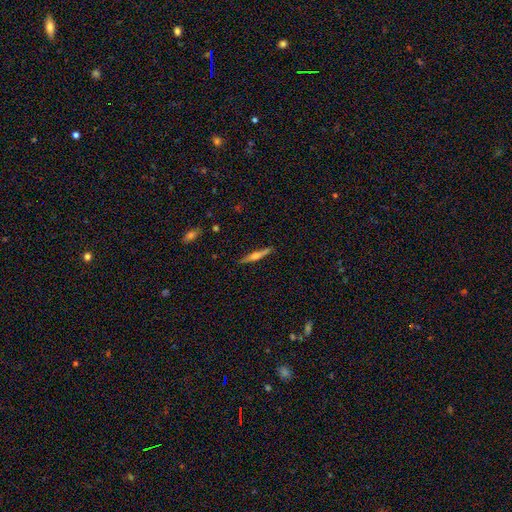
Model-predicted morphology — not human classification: Smooth or featured? featured or disk (67%)
Edge-on disk? yes (97%)
Edge-on bulge? rounded (83%)
Merging? none (89%)